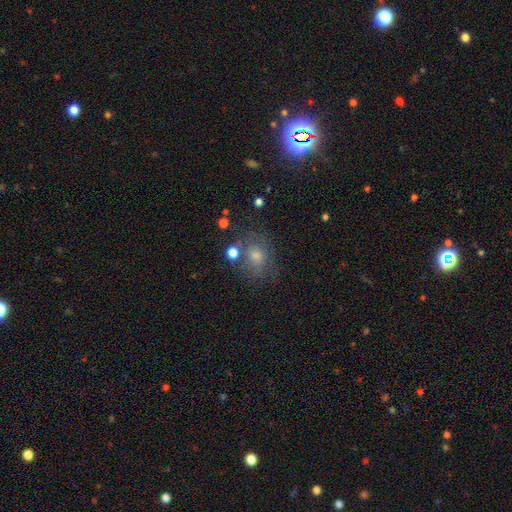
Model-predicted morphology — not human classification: The model was most divided on "smooth or featured": smooth: 50%, star or artifact: 26%, featured or disk: 23%. More confident: merging — none (65%); how rounded — round (62%).